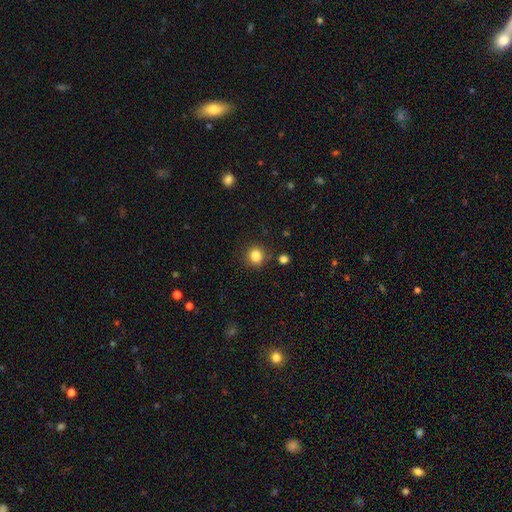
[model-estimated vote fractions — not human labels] A smooth galaxy with no disk features (84%) that is round (89%). Merging: none (87%).